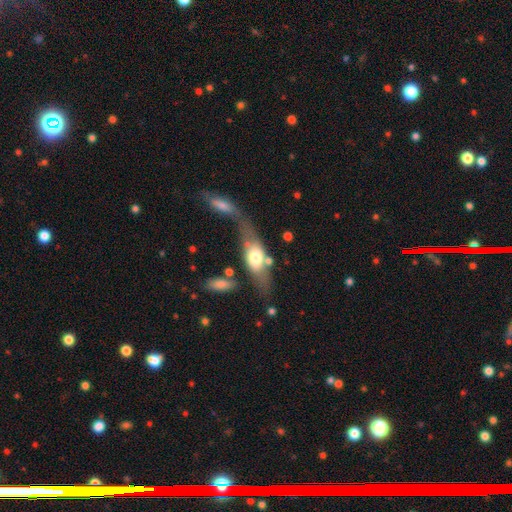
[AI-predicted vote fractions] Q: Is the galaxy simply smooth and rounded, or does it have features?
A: smooth — 50%.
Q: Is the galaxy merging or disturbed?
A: merger — 40%.